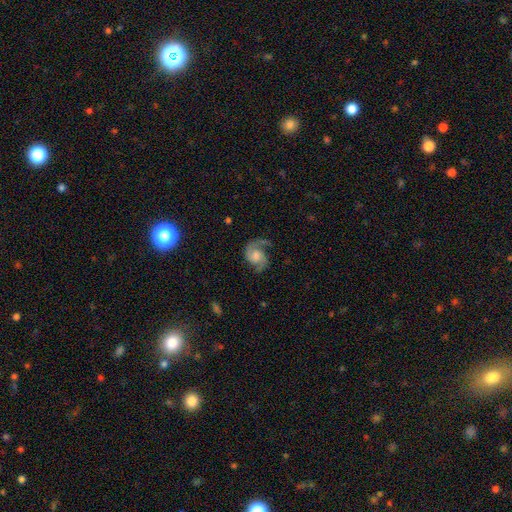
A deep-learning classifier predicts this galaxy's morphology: smooth_or_featured: featured or disk (p=0.85) [alt: smooth p=0.09]
disk_edge_on: no (p=0.98) [alt: yes p=0.02]
bar: no (p=0.65) [alt: weak p=0.30]
has_spiral_arms: yes (p=0.97) [alt: no p=0.03]
spiral_winding: medium (p=0.53) [alt: loose p=0.26]
spiral_arm_count: 2 (p=0.87) [alt: 1 p=0.07]
bulge_size: moderate (p=0.40) [alt: small p=0.22]
merging: none (p=0.68) [alt: minor disturbance p=0.18]